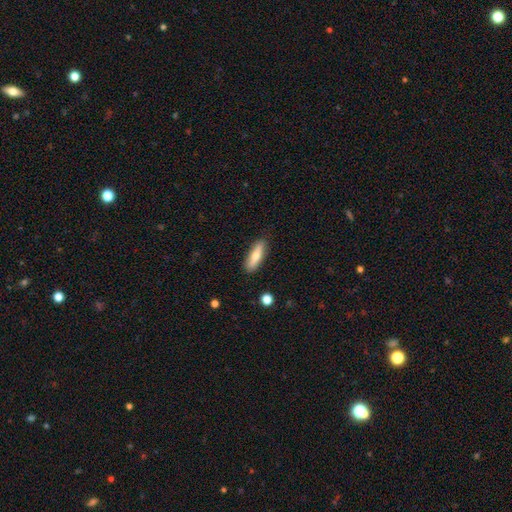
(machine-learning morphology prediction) smooth 69%, featured or disk 25%, star or artifact 6%. Down the decision tree: how rounded — cigar-shaped (55%); merging — none (87%).